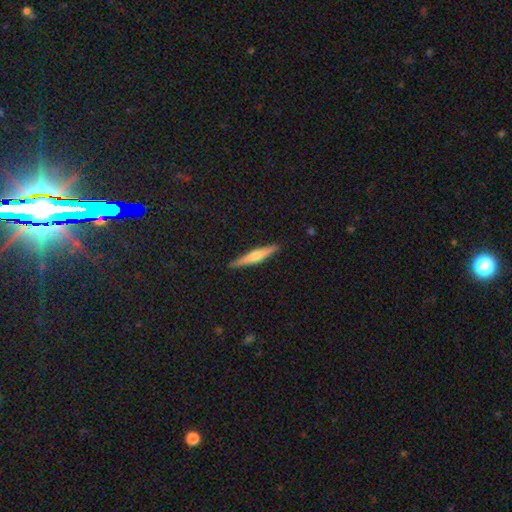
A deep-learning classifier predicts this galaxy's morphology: Overall: featured or disk (56%; smooth 37%). Edge-on disk: yes (97%). Edge-on bulge: rounded (85%). Merging: none (91%).